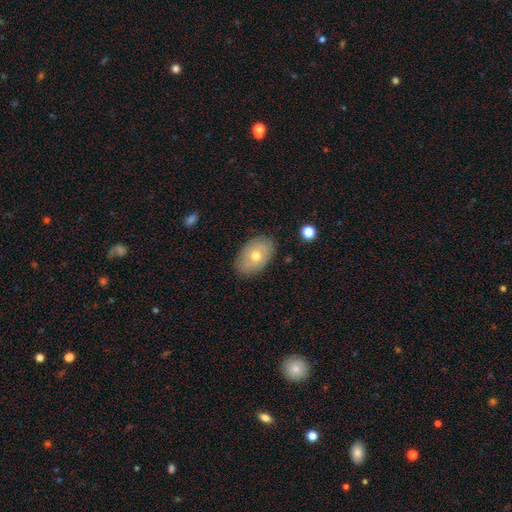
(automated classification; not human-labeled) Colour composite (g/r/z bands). It shows a smooth galaxy with no disk features (66%) that is in between round and cigar-shaped (88%). Merging: none (83%).